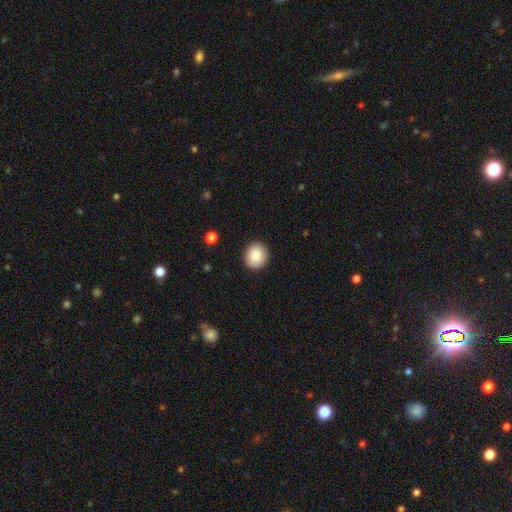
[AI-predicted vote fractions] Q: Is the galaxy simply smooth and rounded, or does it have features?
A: smooth — 85%.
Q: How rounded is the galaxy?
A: round — 76%.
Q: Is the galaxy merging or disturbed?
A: none — 91%.